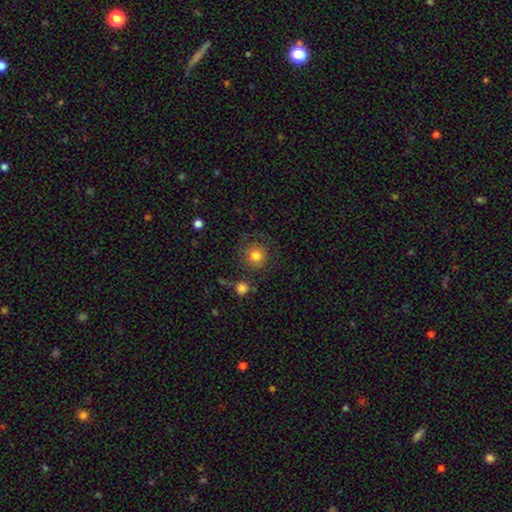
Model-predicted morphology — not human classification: smooth_or_featured: smooth (p=0.78) [alt: featured or disk p=0.11]
how_rounded: round (p=0.91) [alt: in between p=0.08]
merging: none (p=0.73) [alt: minor disturbance p=0.14]